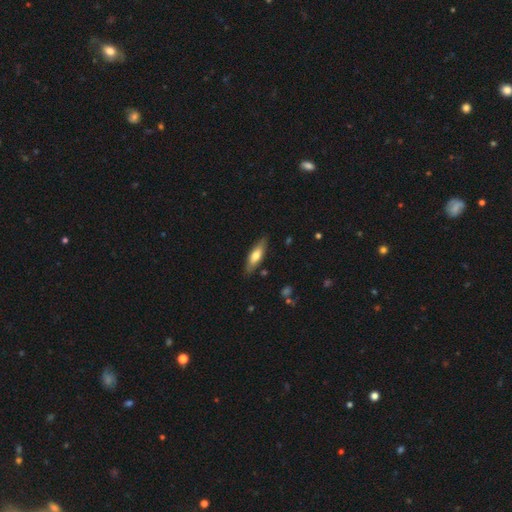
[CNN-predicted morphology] The model was most divided on "how rounded": cigar-shaped: 57%, in between: 42%, round: 2%. More confident: merging — none (83%); smooth or featured — smooth (59%).